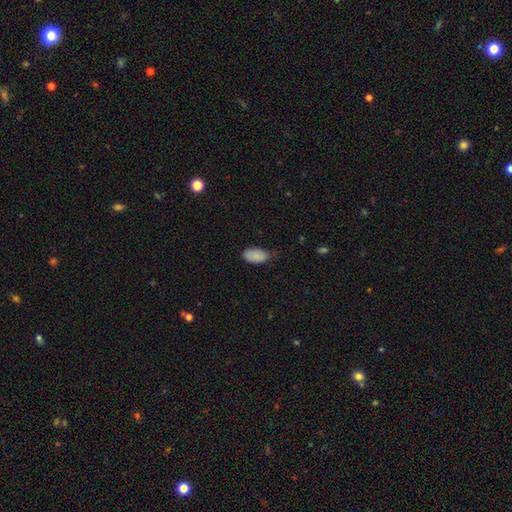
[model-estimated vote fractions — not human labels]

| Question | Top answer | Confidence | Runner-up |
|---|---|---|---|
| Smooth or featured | smooth | 87% | star or artifact (7%) |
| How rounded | in between | 94% | round (4%) |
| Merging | none | 66% | minor disturbance (28%) |